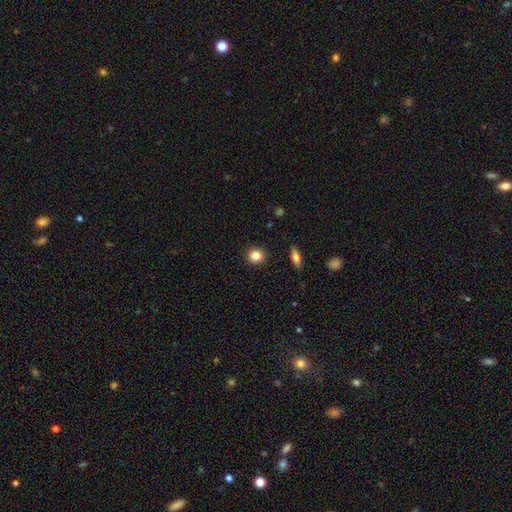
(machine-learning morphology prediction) smooth 84%, star or artifact 10%, featured or disk 6%. Down the decision tree: how rounded — round (83%); merging — none (91%).